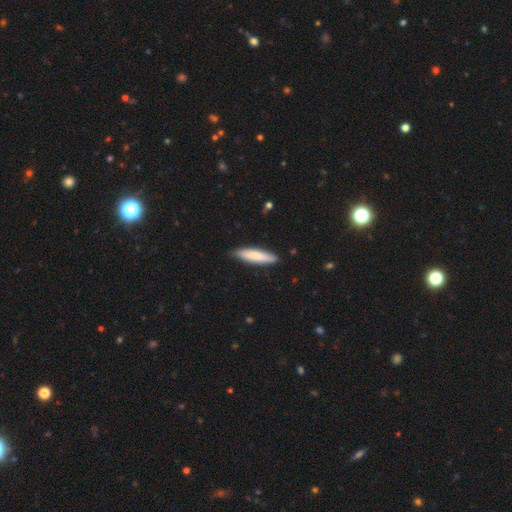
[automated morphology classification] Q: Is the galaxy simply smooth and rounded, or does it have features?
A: smooth — 77%.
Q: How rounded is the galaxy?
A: cigar-shaped — 77%.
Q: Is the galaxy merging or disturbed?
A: none — 85%.